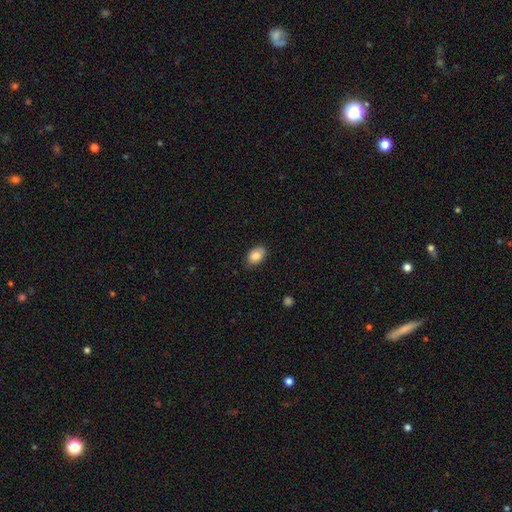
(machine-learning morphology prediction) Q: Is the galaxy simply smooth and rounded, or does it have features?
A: smooth — 86%.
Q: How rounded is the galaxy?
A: in between — 88%.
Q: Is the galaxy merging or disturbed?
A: none — 84%.